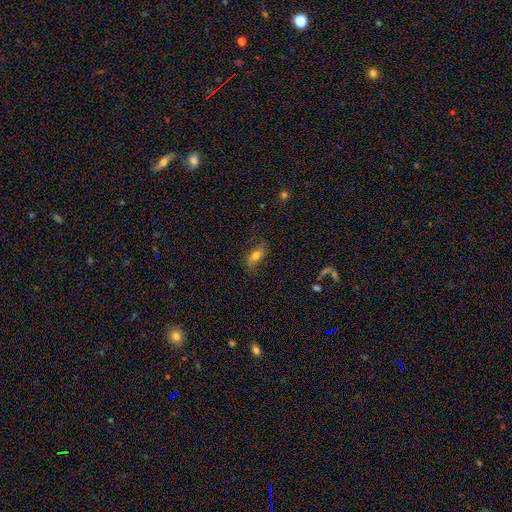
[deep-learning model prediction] smooth_or_featured: smooth (p=0.47) [alt: featured or disk p=0.42]
merging: none (p=0.74) [alt: minor disturbance p=0.18]